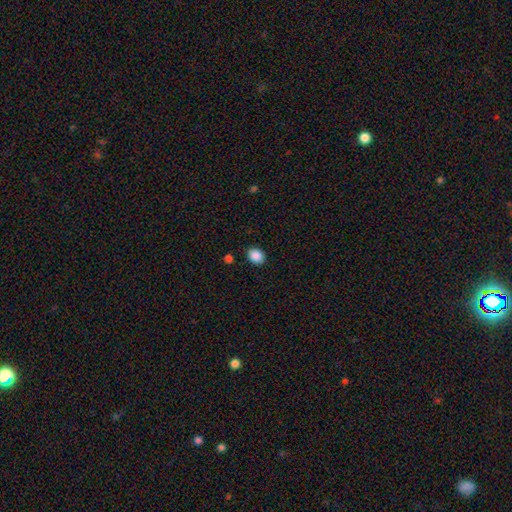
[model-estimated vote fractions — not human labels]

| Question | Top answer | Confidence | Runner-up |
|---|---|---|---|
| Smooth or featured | smooth | 88% | star or artifact (9%) |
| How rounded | in between | 57% | round (42%) |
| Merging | none | 87% | minor disturbance (8%) |